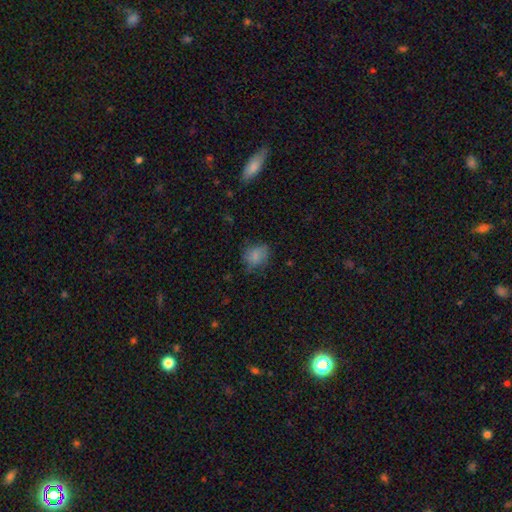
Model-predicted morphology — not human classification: smooth 77%, featured or disk 11%, star or artifact 11%. Down the decision tree: how rounded — round (57%); merging — none (65%).